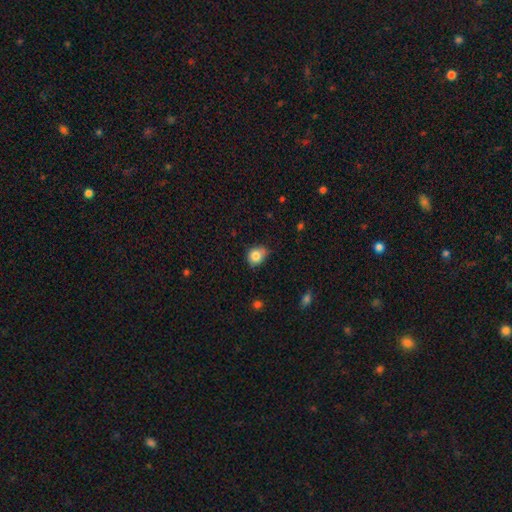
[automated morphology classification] A smooth galaxy with no disk features (82%) that is round (63%).

Vote fractions:
- Smooth or featured? smooth: 82% / star or artifact: 10% / featured or disk: 8%
- How rounded? round: 63% / in between: 36% / cigar-shaped: 1%
- Merging? none: 63% / minor disturbance: 30% / major disturbance: 5% / merger: 2%